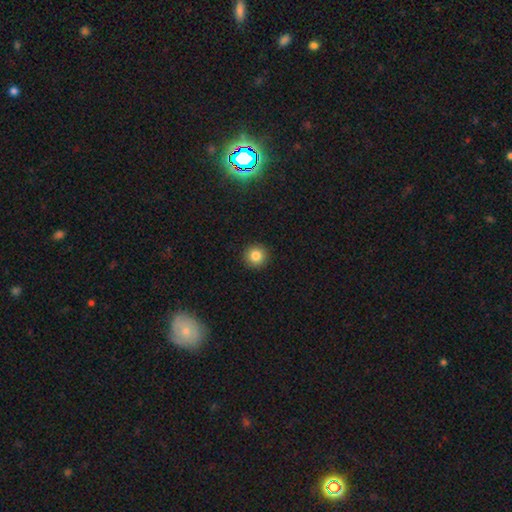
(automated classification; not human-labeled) smooth_or_featured: smooth (p=0.84) [alt: star or artifact p=0.11]
how_rounded: round (p=0.95) [alt: in between p=0.04]
merging: none (p=0.93) [alt: minor disturbance p=0.05]